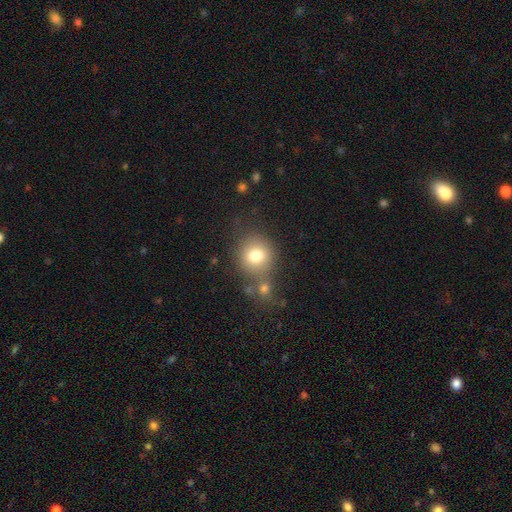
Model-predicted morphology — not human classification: The model was most divided on "merging": none: 59%, merger: 22%, minor disturbance: 13%, major disturbance: 6%. More confident: how rounded — round (82%); smooth or featured — smooth (77%).